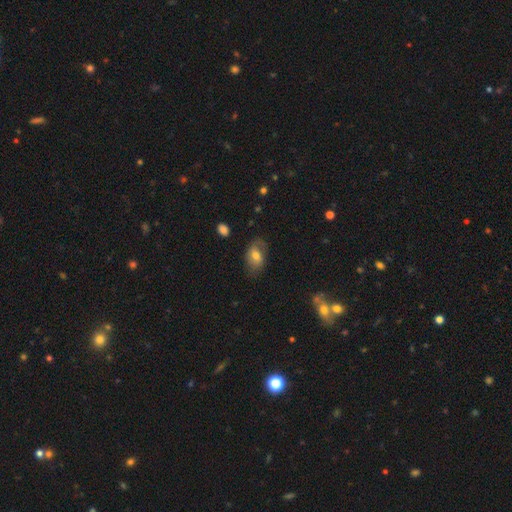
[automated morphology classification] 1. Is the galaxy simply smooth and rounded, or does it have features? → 57% smooth, 35% featured or disk, 9% star or artifact.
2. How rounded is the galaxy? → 84% in between, 14% round, 2% cigar-shaped.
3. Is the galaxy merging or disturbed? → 65% none, 23% minor disturbance, 10% major disturbance, 2% merger.